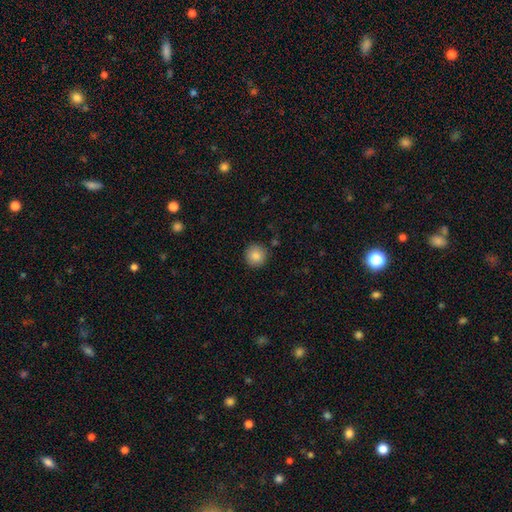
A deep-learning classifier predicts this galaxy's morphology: Smooth or featured? Predicted: smooth (p=0.86). How rounded? Predicted: round (p=0.95). Merging? Predicted: none (p=0.90).